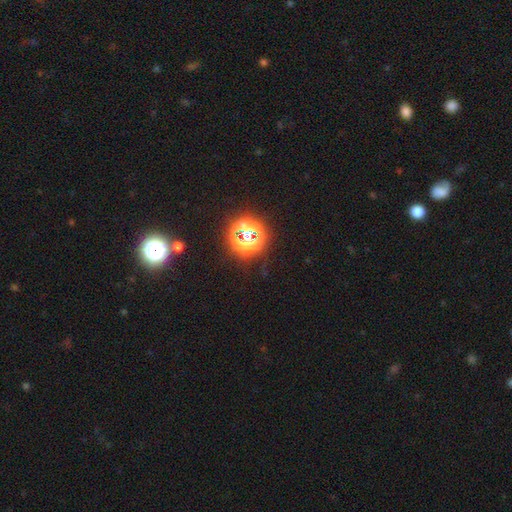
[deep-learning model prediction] smooth_or_featured: star or artifact (p=0.69) [alt: smooth p=0.25]